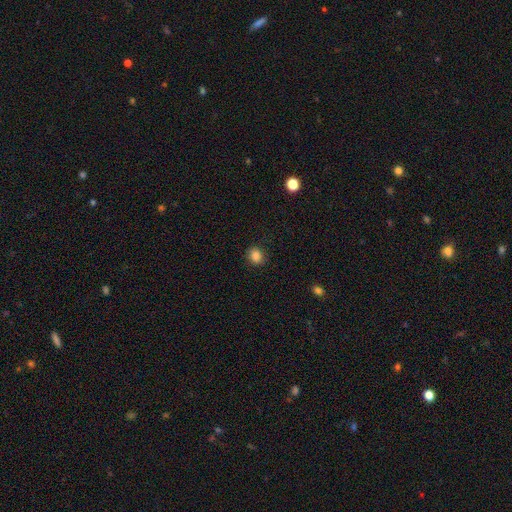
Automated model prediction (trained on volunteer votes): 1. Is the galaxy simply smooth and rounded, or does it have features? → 86% smooth, 11% star or artifact, 3% featured or disk.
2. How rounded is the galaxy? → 68% round, 31% in between, 1% cigar-shaped.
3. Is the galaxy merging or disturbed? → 87% none, 9% minor disturbance, 2% major disturbance, 1% merger.